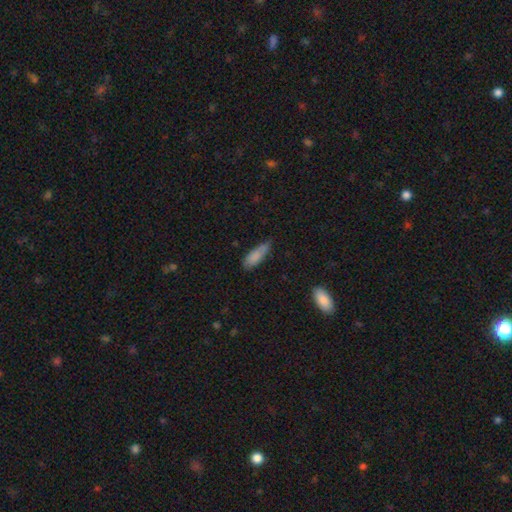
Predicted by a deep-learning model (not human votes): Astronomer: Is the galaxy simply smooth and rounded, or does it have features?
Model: smooth — 83%.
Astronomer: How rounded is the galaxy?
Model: in between — 62%.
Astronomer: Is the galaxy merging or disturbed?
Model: none — 51% (runner-up: minor disturbance, 38%).